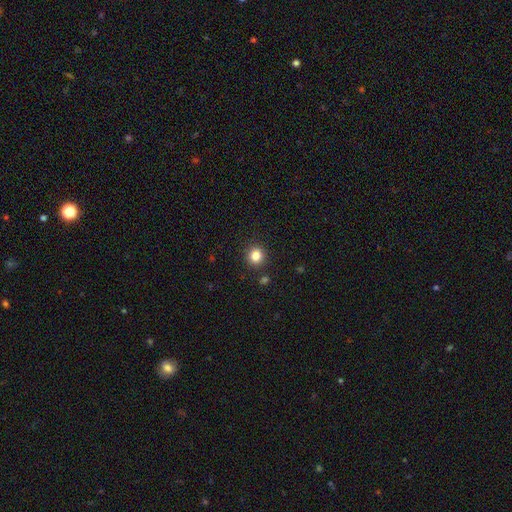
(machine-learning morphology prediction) type=smooth (83%); roundness=round (90%); merging=none (90%).